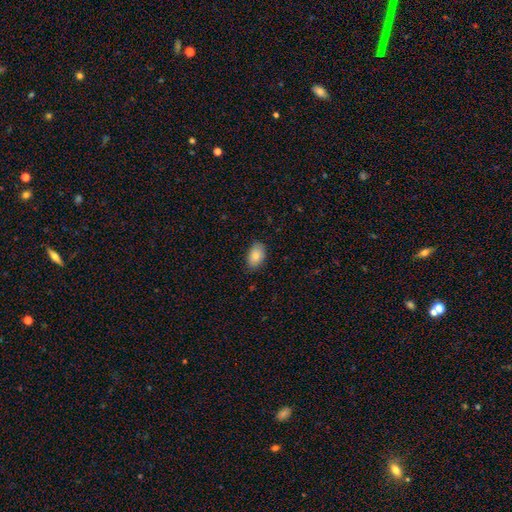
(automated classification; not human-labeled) Smooth or featured? smooth (83%)
How rounded? in between (90%)
Merging? none (84%)